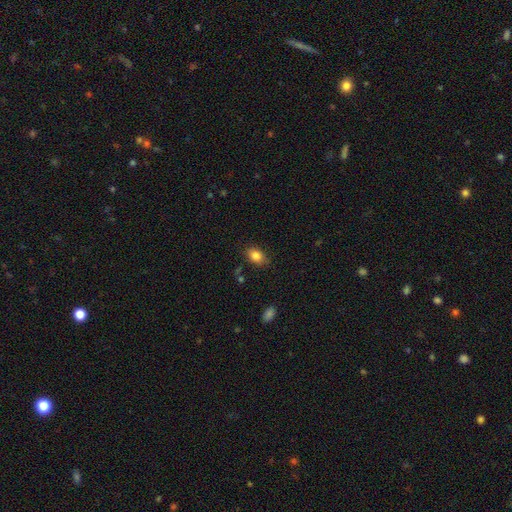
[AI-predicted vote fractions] Morphology: type=smooth (84%); roundness=in between (81%); merging=none (82%).